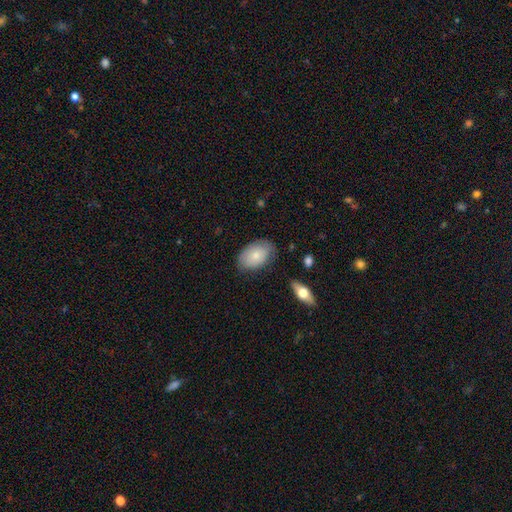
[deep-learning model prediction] The model was most divided on "merging": none: 74%, minor disturbance: 20%, major disturbance: 4%, merger: 2%. More confident: how rounded — in between (91%); smooth or featured — smooth (77%).